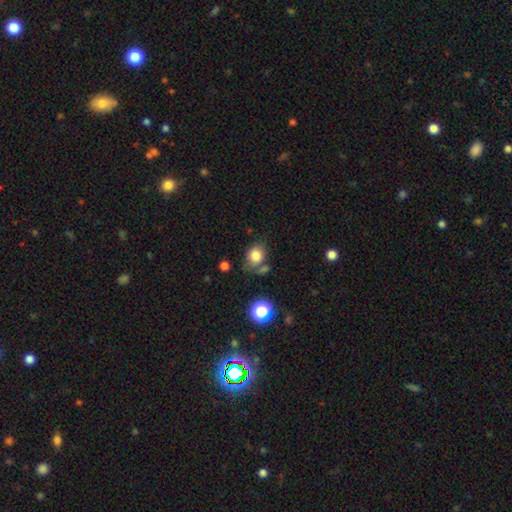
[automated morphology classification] A smooth galaxy with no disk features (81%) that is round (60%). Merging: none (62%).